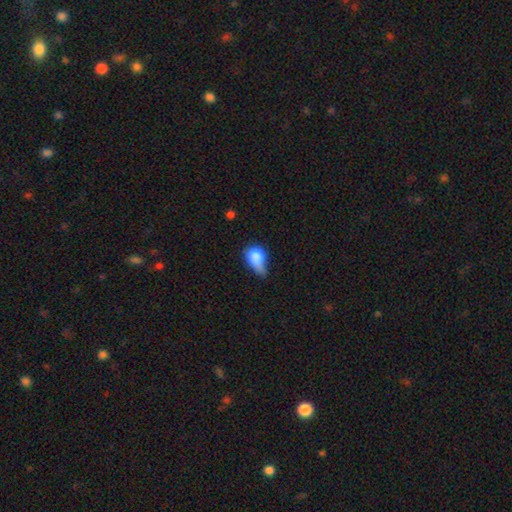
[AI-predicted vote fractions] smooth-or-featured: smooth: 78% | featured or disk: 13% | star or artifact: 8%
  how-rounded: in between: 59% | round: 38% | cigar-shaped: 3%
  merging: minor disturbance: 38% | major disturbance: 30% | none: 20% | merger: 12%